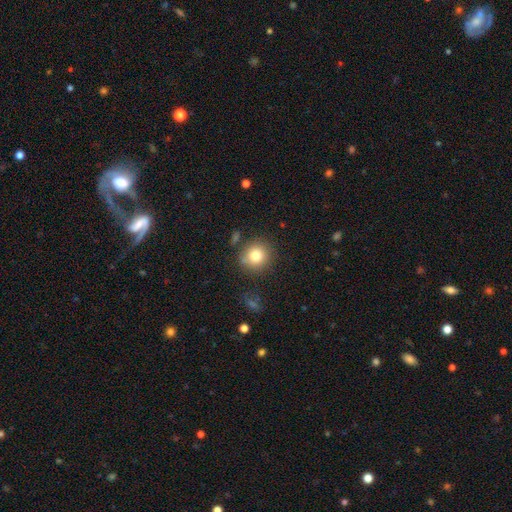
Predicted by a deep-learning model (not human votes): Smooth or featured: smooth — 79% (star or artifact — 11%)
How rounded: round — 89% (in between — 10%)
Merging: none — 81% (minor disturbance — 11%)